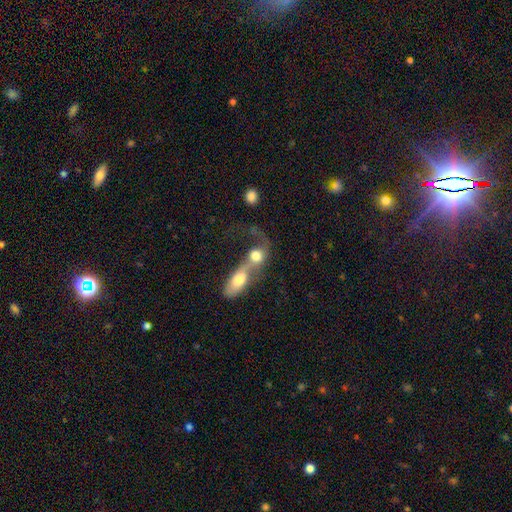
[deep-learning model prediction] smooth 60%, featured or disk 32%, star or artifact 9%. Down the decision tree: how rounded — in between (53%); merging — merger (81%).